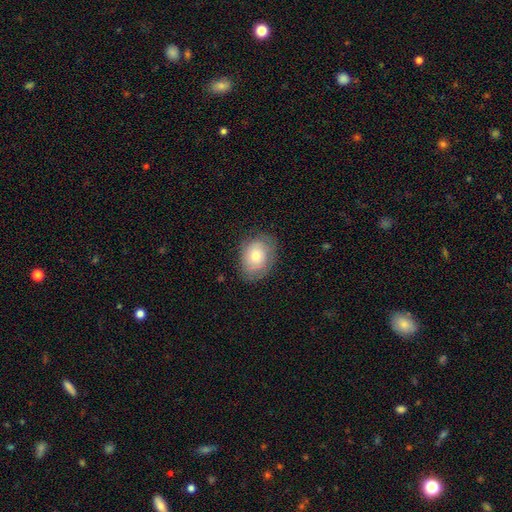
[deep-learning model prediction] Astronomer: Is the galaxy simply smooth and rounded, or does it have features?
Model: smooth — 71%.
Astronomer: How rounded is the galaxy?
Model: in between — 67%.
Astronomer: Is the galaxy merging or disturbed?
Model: none — 77%.